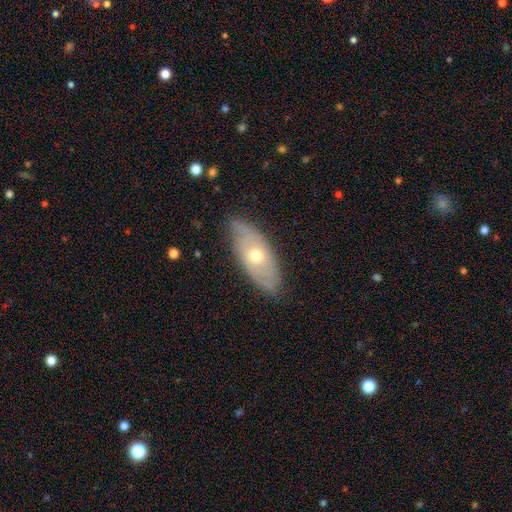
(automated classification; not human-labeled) Overall: featured or disk (56%; smooth 37%). Edge-on disk: no (78%). Merging: none (79%).